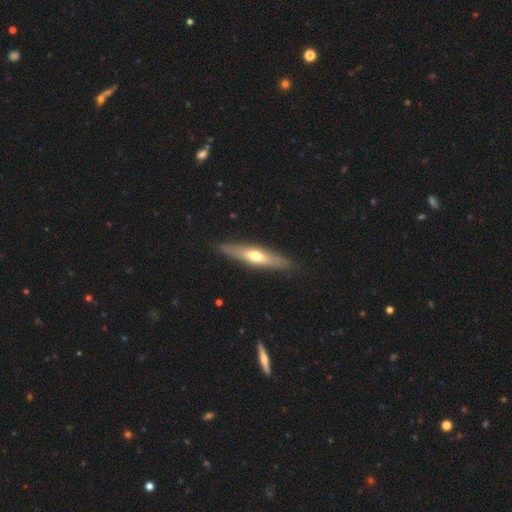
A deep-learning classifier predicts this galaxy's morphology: Smooth or featured: featured or disk — 49% (smooth — 46%)
Merging: none — 88% (minor disturbance — 9%)